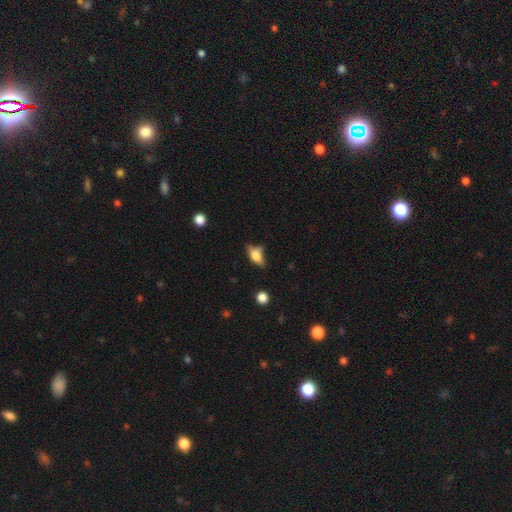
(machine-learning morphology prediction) Smooth or featured? Predicted: smooth (p=0.62). How rounded? Predicted: in between (p=0.79). Merging? Predicted: none (p=0.50).